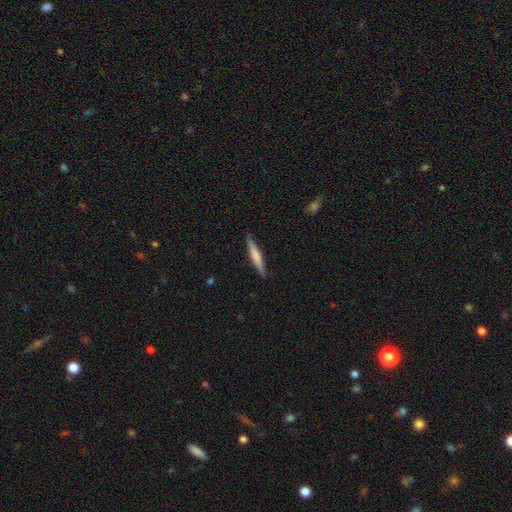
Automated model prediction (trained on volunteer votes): smooth_or_featured: smooth (p=0.62) [alt: featured or disk p=0.32]
how_rounded: cigar-shaped (p=0.93) [alt: in between p=0.06]
merging: none (p=0.89) [alt: minor disturbance p=0.08]